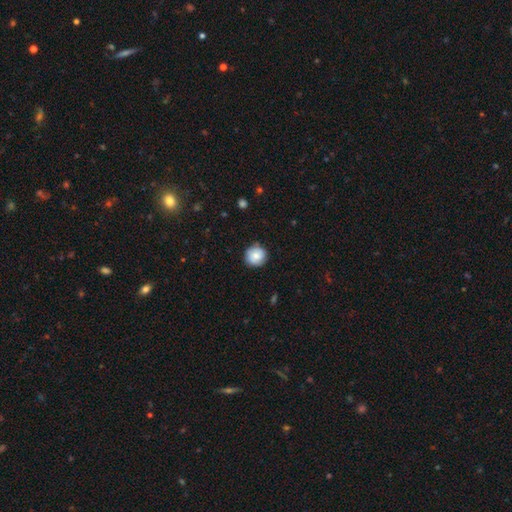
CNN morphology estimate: smooth 76%, featured or disk 16%, star or artifact 8%. Down the decision tree: how rounded — round (93%); merging — none (84%).